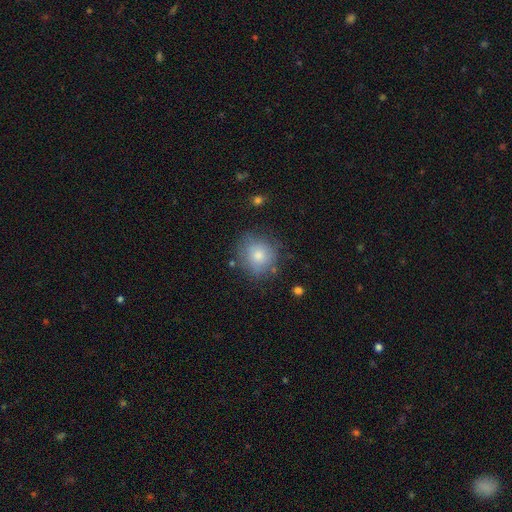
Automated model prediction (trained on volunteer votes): smooth 75%, featured or disk 13%, star or artifact 12%. Down the decision tree: how rounded — round (87%); merging — none (78%).